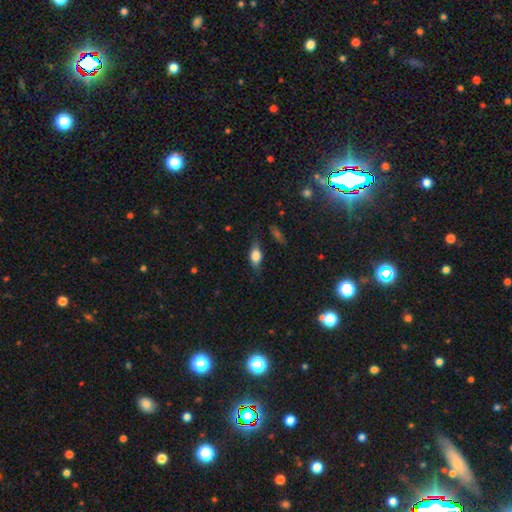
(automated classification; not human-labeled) smooth 65%, featured or disk 26%, star or artifact 9%. Down the decision tree: how rounded — in between (76%); merging — none (75%).